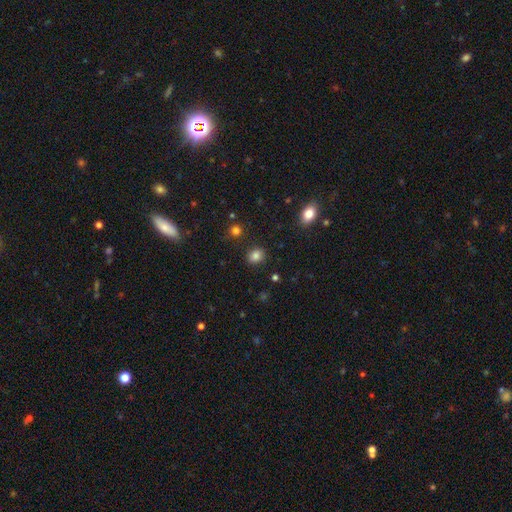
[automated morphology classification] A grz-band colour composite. It shows a smooth galaxy with no disk features (83%) that is round (66%). Merging: none (87%).